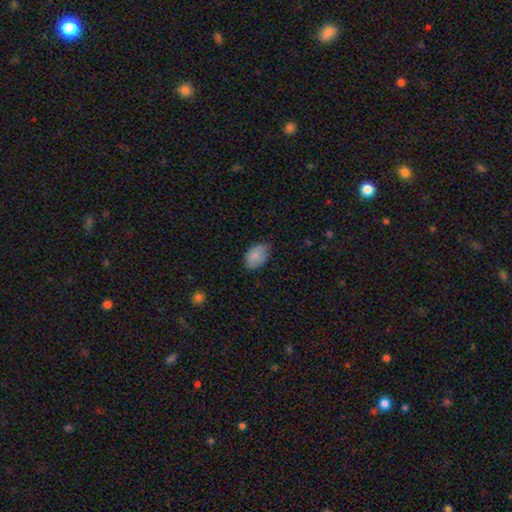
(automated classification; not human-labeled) Smooth or featured? Predicted: smooth (p=0.85). How rounded? Predicted: in between (p=0.91). Merging? Predicted: none (p=0.73).